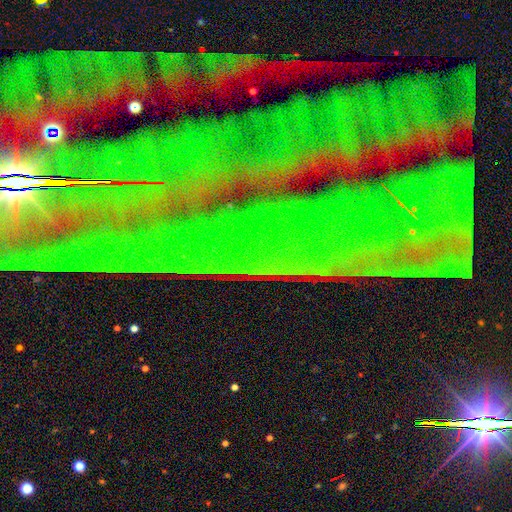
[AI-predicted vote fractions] Q: Smooth or featured?
A: star or artifact (86%); runner-up: featured or disk (8%)